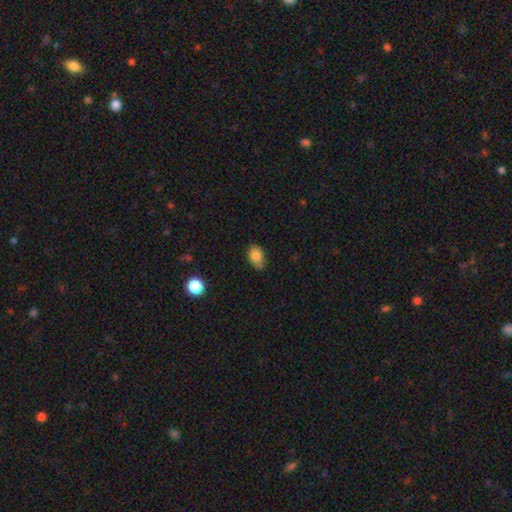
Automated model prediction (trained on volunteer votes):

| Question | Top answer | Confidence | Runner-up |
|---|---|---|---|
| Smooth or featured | smooth | 83% | star or artifact (9%) |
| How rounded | in between | 83% | round (16%) |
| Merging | none | 63% | minor disturbance (27%) |